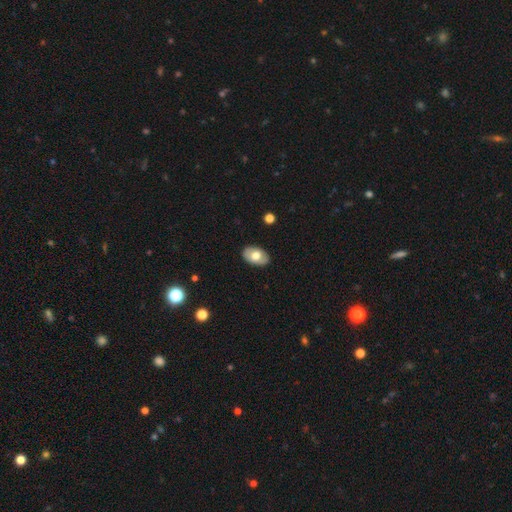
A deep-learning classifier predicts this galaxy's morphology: A smooth galaxy with no disk features (67%) that is in between round and cigar-shaped (90%). Merging: none (86%).